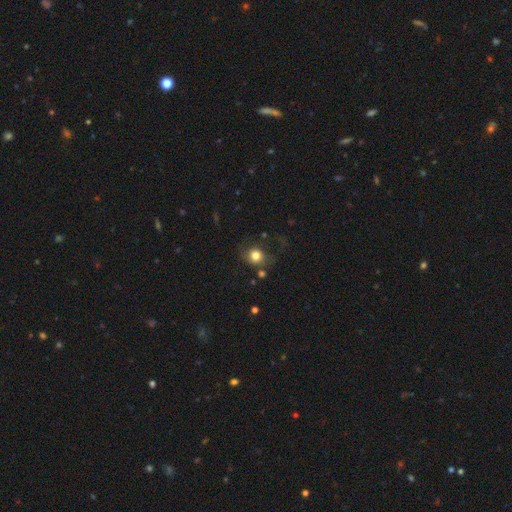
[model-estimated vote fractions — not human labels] Overall: smooth (79%). How rounded: round (81%). Merging: none (68%).